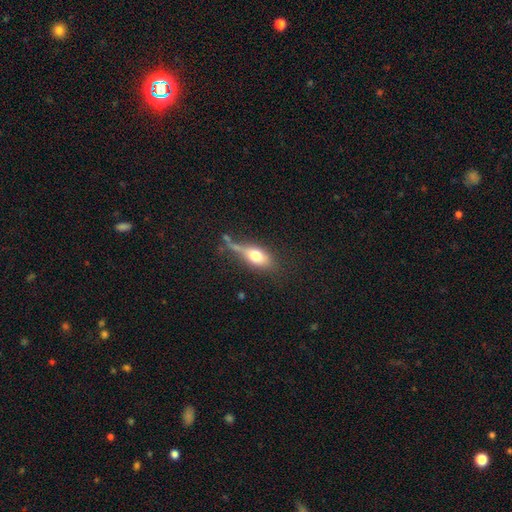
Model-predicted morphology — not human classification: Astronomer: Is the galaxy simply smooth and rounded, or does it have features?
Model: smooth — 66%.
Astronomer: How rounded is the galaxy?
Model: in between — 72%.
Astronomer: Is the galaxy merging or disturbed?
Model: none — 39% (runner-up: minor disturbance, 26%).